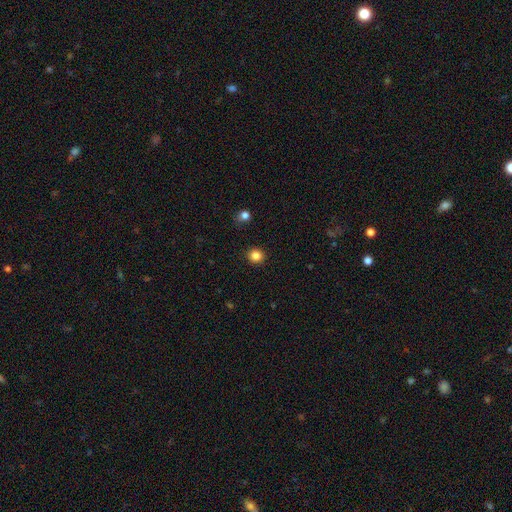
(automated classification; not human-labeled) The model was most divided on "smooth or featured": smooth: 84%, star or artifact: 12%, featured or disk: 4%. More confident: how rounded — round (93%); merging — none (92%).